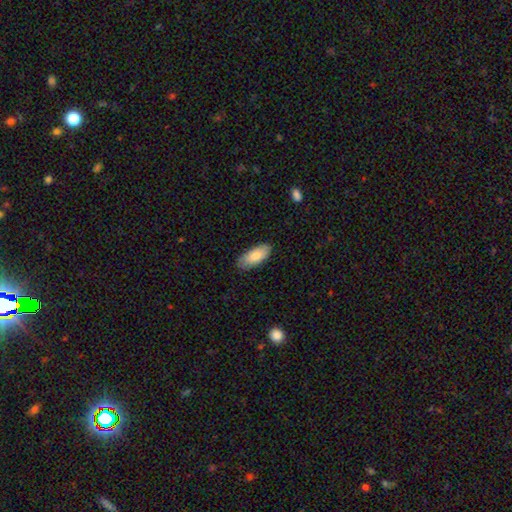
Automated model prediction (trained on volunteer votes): smooth_or_featured: smooth (p=0.80) [alt: featured or disk p=0.14]
how_rounded: in between (p=0.86) [alt: cigar-shaped p=0.12]
merging: none (p=0.85) [alt: minor disturbance p=0.12]